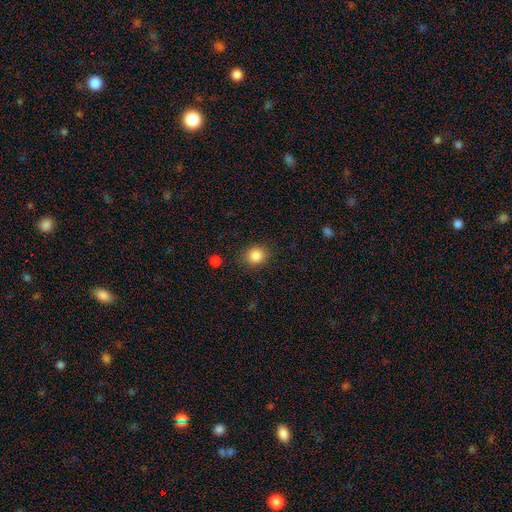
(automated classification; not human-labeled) smooth-or-featured: smooth: 85% | star or artifact: 10% | featured or disk: 5%
  how-rounded: round: 76% | in between: 23% | cigar-shaped: 1%
  merging: none: 86% | minor disturbance: 10% | major disturbance: 3% | merger: 2%